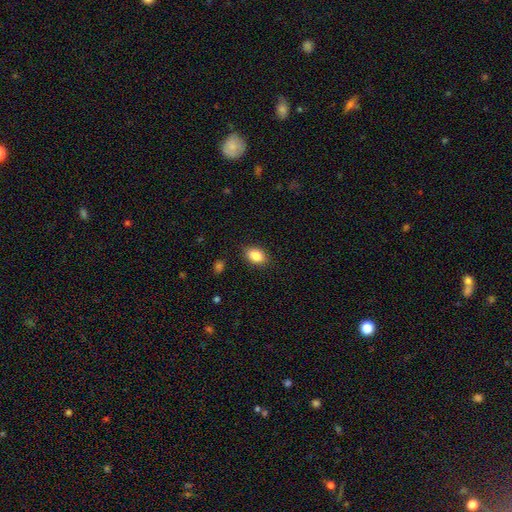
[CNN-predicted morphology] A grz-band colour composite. It shows a smooth galaxy with no disk features (87%) that is in between round and cigar-shaped (84%). Merging: none (87%).